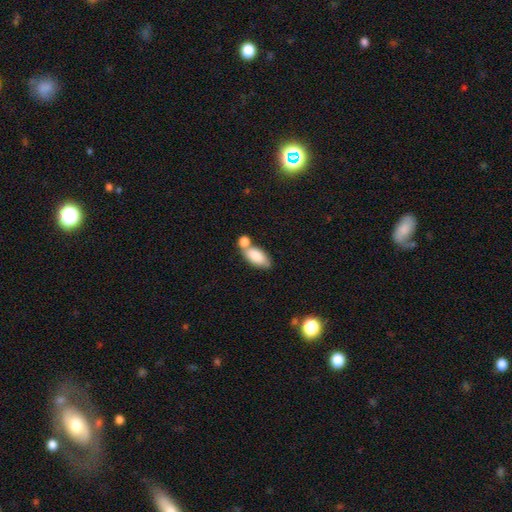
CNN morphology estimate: Smooth or featured? smooth (83%)
How rounded? in between (90%)
Merging? none (44%)